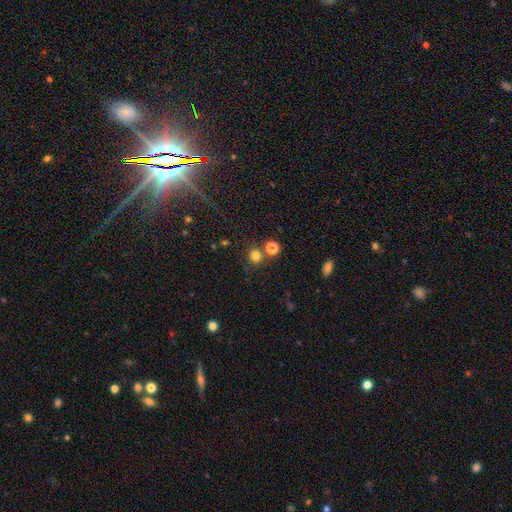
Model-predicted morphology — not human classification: smooth_or_featured: smooth (p=0.79) [alt: star or artifact p=0.16]
how_rounded: round (p=0.86) [alt: in between p=0.13]
merging: none (p=0.71) [alt: merger p=0.17]